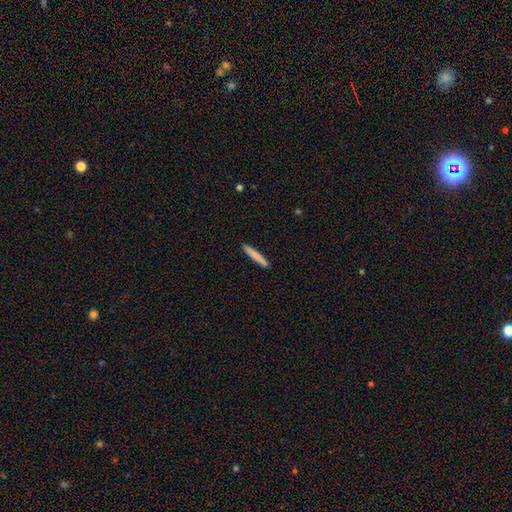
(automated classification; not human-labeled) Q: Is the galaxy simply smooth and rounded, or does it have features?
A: smooth — 77%.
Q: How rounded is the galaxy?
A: cigar-shaped — 95%.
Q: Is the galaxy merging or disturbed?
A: none — 90%.